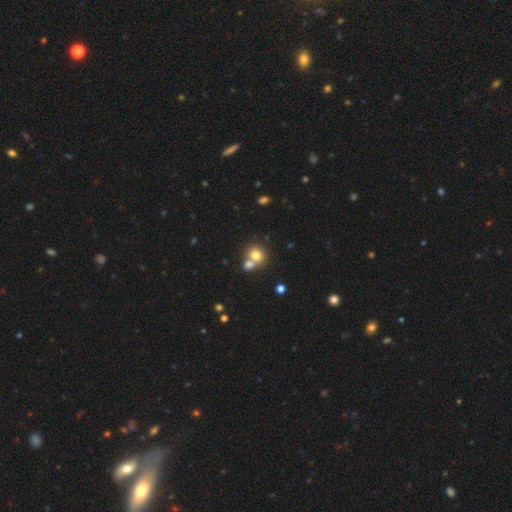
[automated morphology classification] Smooth or featured: smooth — 76% (featured or disk — 13%)
How rounded: round — 72% (in between — 27%)
Merging: merger — 54% (none — 36%)